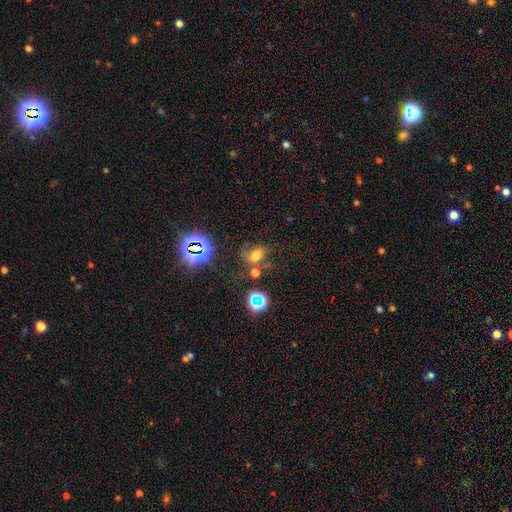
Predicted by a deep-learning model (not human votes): Smooth or featured? Predicted: smooth (p=0.60). How rounded? Predicted: in between (p=0.54). Merging? Predicted: none (p=0.55).